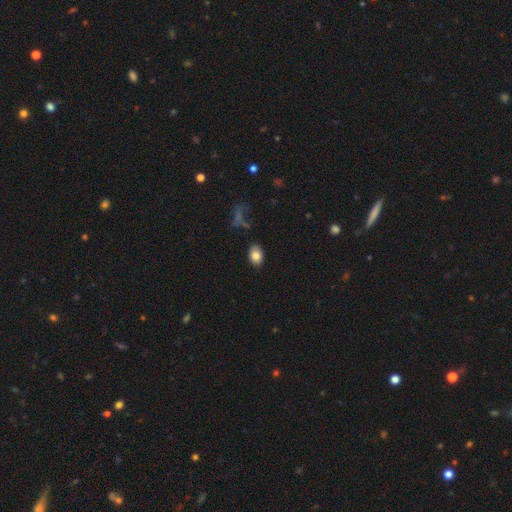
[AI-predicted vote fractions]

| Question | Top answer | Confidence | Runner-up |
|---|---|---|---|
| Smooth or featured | smooth | 84% | star or artifact (9%) |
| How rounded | in between | 78% | round (21%) |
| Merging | none | 83% | minor disturbance (12%) |